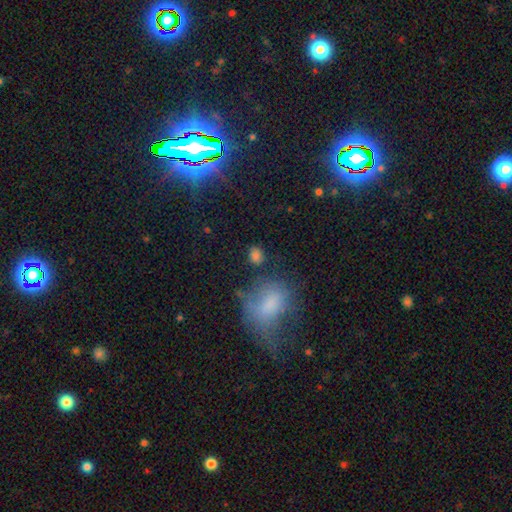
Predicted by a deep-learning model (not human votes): A smooth galaxy with no disk features (81%) that is in between round and cigar-shaped (52%).

Vote fractions:
- Smooth or featured? smooth: 81% / star or artifact: 13% / featured or disk: 7%
- How rounded? in between: 52% / round: 46% / cigar-shaped: 2%
- Merging? none: 74% / minor disturbance: 14% / major disturbance: 6% / merger: 6%